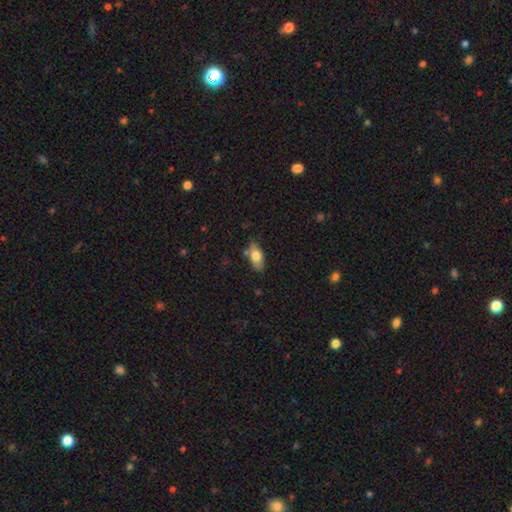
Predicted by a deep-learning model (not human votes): Q: Smooth or featured?
A: smooth (73%); runner-up: featured or disk (20%)
Q: How rounded?
A: in between (87%); runner-up: cigar-shaped (9%)
Q: Merging?
A: none (75%); runner-up: minor disturbance (17%)